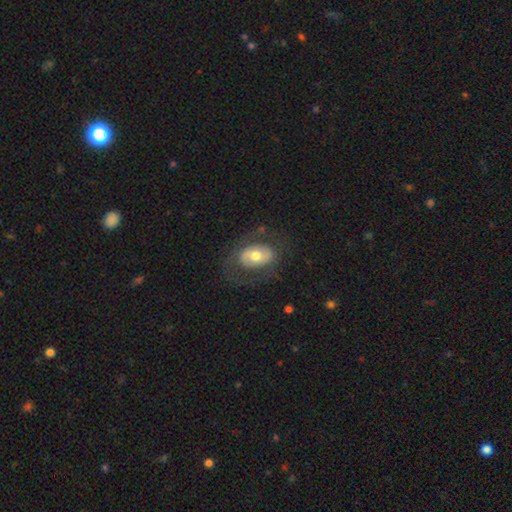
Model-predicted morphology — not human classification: smooth-or-featured: featured or disk: 47% | smooth: 46% | star or artifact: 7%
  merging: none: 66% | minor disturbance: 18% | major disturbance: 15% | merger: 1%